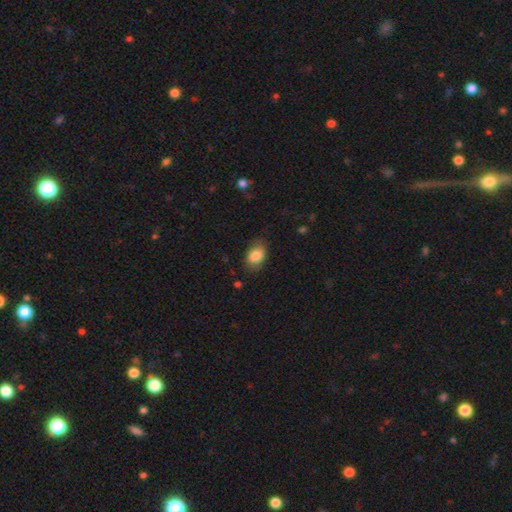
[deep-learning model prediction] Smooth or featured? smooth (83%)
How rounded? in between (82%)
Merging? none (73%)